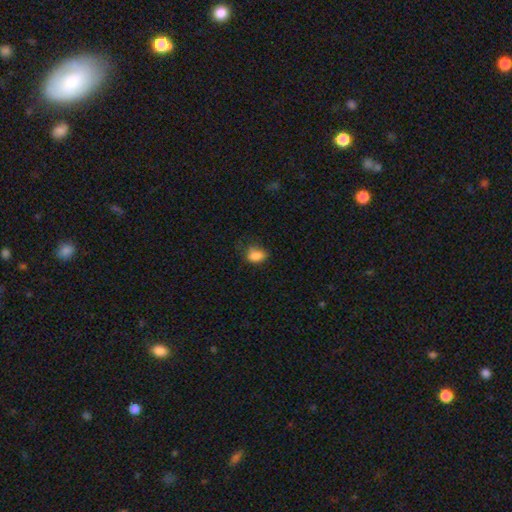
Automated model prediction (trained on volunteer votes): Smooth or featured?
  - smooth: 83% *
  - star or artifact: 10%
  - featured or disk: 6%
How rounded?
  - in between: 76% *
  - round: 22%
  - cigar-shaped: 2%
Merging?
  - none: 56% *
  - minor disturbance: 31%
  - major disturbance: 10%
  - merger: 3%